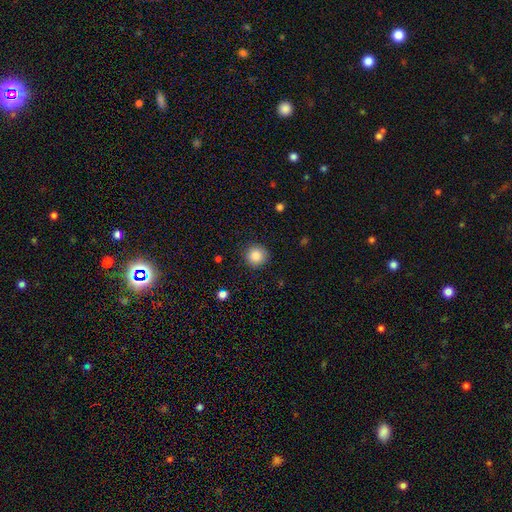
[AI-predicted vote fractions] Smooth or featured?
  - smooth: 85% *
  - star or artifact: 10%
  - featured or disk: 6%
How rounded?
  - round: 94% *
  - in between: 5%
  - cigar-shaped: 1%
Merging?
  - none: 90% *
  - minor disturbance: 7%
  - major disturbance: 2%
  - merger: 1%